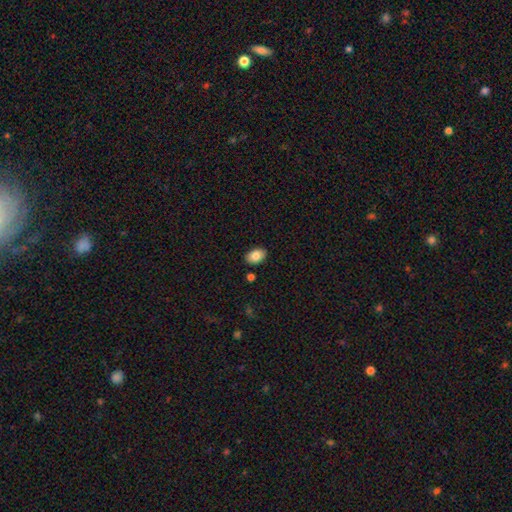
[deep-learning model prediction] Q: Smooth or featured?
A: smooth (85%); runner-up: featured or disk (8%)
Q: How rounded?
A: in between (89%); runner-up: round (10%)
Q: Merging?
A: none (87%); runner-up: minor disturbance (9%)